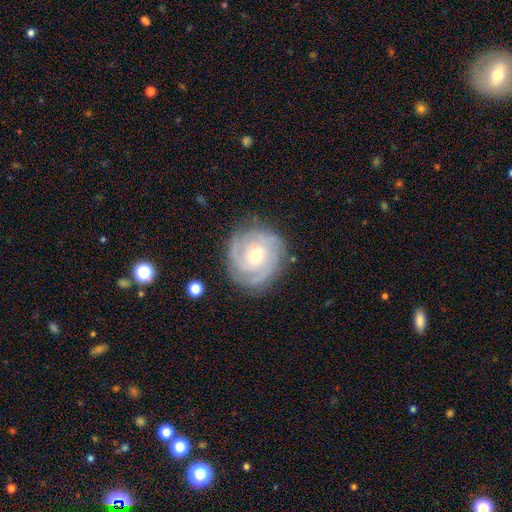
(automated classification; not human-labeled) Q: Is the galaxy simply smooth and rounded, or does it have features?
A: featured or disk — 83%.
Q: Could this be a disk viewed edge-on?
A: no — 98%.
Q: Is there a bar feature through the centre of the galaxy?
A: no — 61%.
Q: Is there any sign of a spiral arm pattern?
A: yes — 96%.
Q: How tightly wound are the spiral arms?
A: tight — 71%.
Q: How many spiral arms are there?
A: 3 — 34%.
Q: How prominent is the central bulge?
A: small — 54%.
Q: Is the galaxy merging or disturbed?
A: none — 80%.